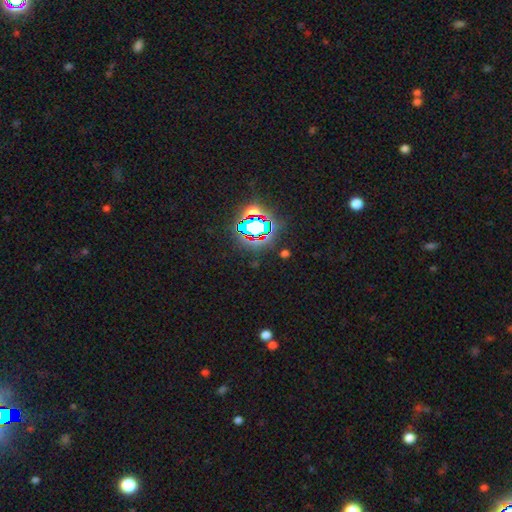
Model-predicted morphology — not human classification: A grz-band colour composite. It shows a star or artifact, not a galaxy (78%).